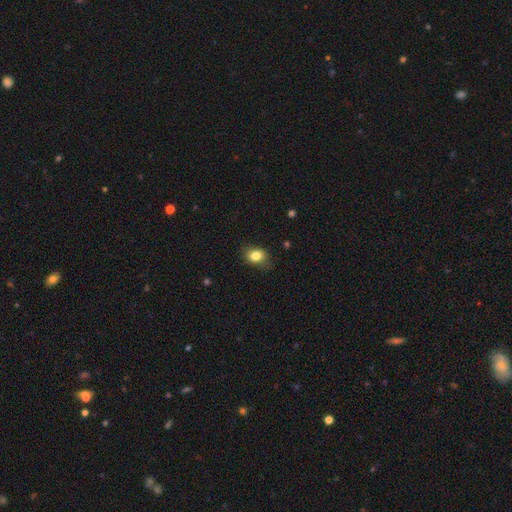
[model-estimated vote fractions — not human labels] smooth 83%, star or artifact 10%, featured or disk 7%. Down the decision tree: how rounded — in between (58%); merging — none (74%).